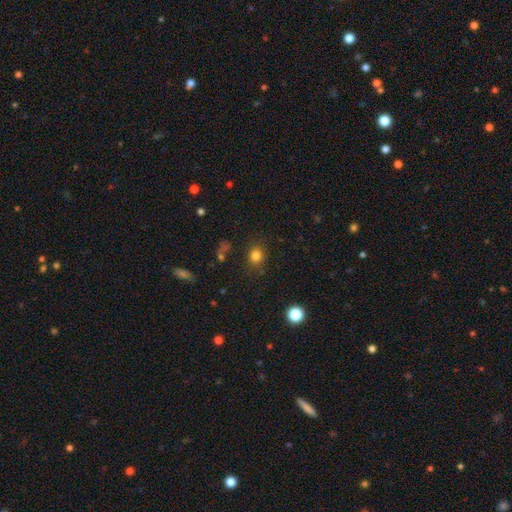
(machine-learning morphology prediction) smooth_or_featured: smooth (p=0.80) [alt: star or artifact p=0.14]
how_rounded: round (p=0.70) [alt: in between p=0.29]
merging: none (p=0.81) [alt: minor disturbance p=0.12]